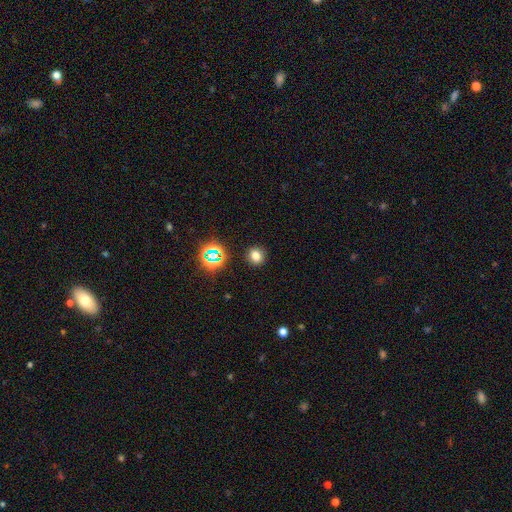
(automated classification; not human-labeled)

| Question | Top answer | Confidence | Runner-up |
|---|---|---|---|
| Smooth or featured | smooth | 72% | star or artifact (20%) |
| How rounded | round | 81% | in between (18%) |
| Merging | none | 90% | minor disturbance (6%) |